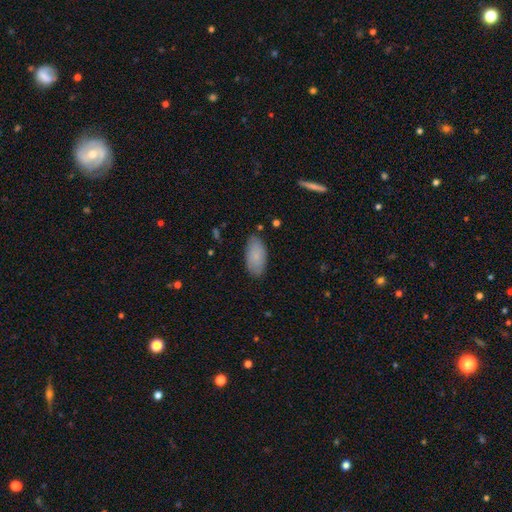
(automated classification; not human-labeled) Overall: smooth (77%). How rounded: in between (94%). Merging: none (81%).